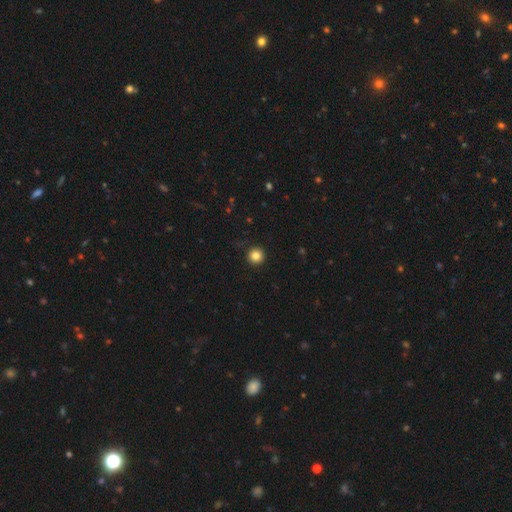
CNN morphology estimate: type=smooth (85%); roundness=round (96%); merging=none (92%).